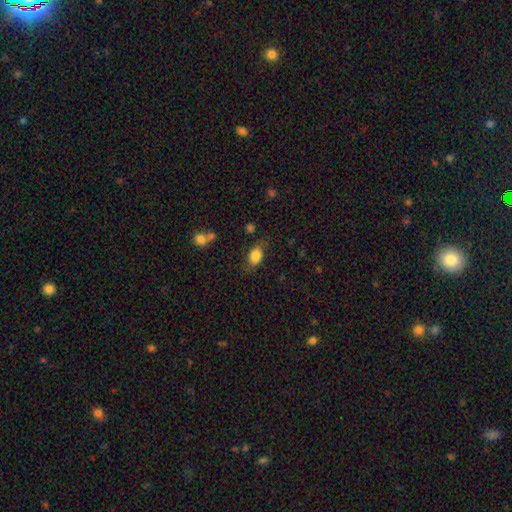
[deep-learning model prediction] This is clearly a smooth galaxy (81%). How rounded: clearly in between (80%). Merging: likely none (70%).